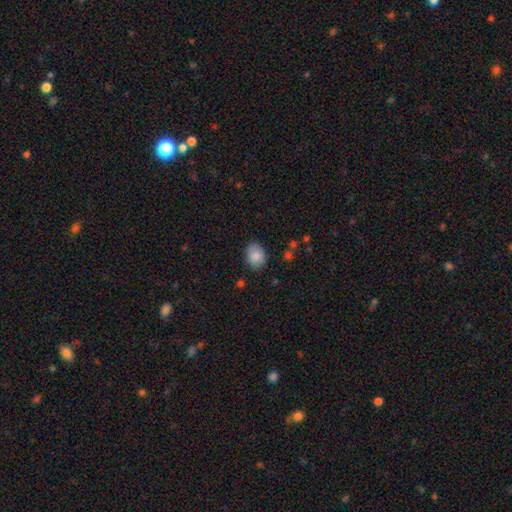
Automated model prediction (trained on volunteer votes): A smooth galaxy with no disk features (85%) that is in between round and cigar-shaped (71%).

Vote fractions:
- Smooth or featured? smooth: 85% / star or artifact: 7% / featured or disk: 7%
- How rounded? in between: 71% / round: 28% / cigar-shaped: 1%
- Merging? none: 77% / minor disturbance: 18% / major disturbance: 3% / merger: 2%